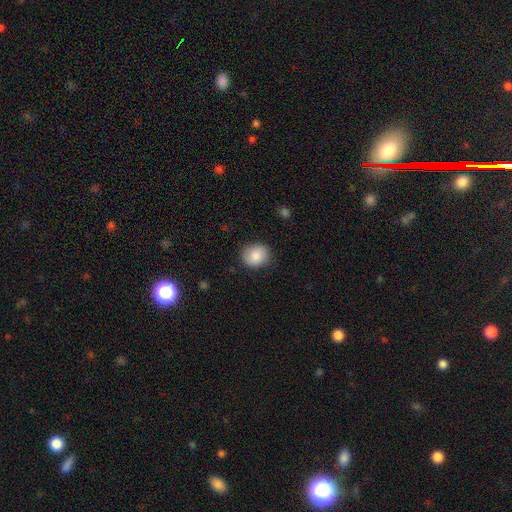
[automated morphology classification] A smooth galaxy with no disk features (84%) that is round (69%).

Vote fractions:
- Smooth or featured? smooth: 84% / featured or disk: 9% / star or artifact: 7%
- How rounded? round: 69% / in between: 30% / cigar-shaped: 1%
- Merging? none: 84% / minor disturbance: 12% / major disturbance: 3% / merger: 1%